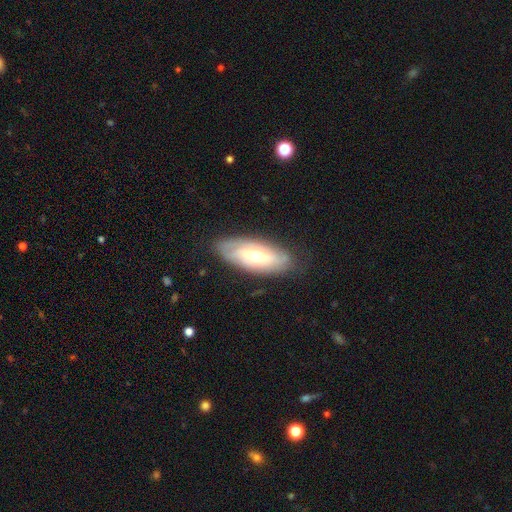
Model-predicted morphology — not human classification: Smooth or featured? featured or disk (51%)
Edge-on disk? no (79%)
Merging? none (79%)